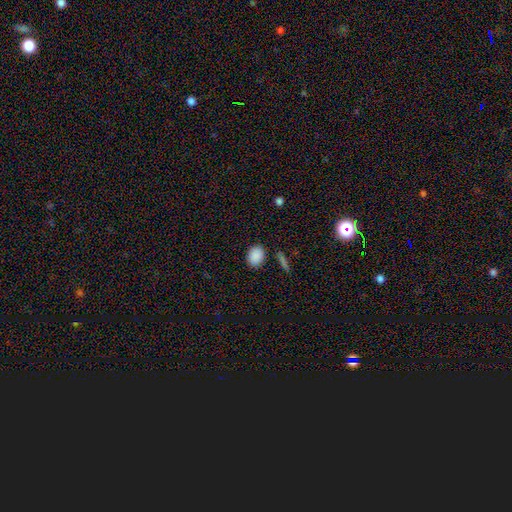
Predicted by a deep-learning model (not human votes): A smooth galaxy with no disk features (88%) that is in between round and cigar-shaped (68%).

Vote fractions:
- Smooth or featured? smooth: 88% / star or artifact: 8% / featured or disk: 4%
- How rounded? in between: 68% / round: 30% / cigar-shaped: 1%
- Merging? none: 83% / minor disturbance: 10% / merger: 4% / major disturbance: 3%